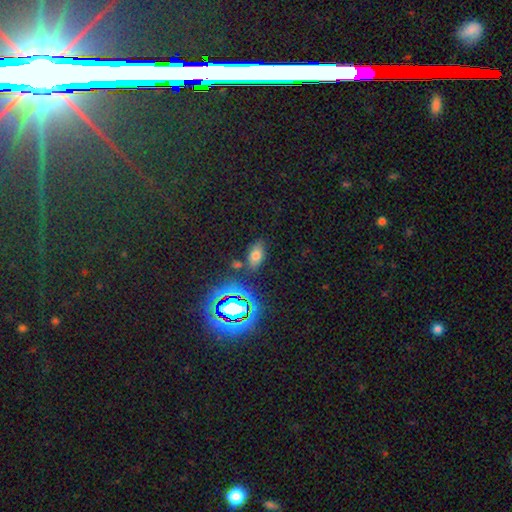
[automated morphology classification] Smooth or featured? Predicted: smooth (p=0.64). How rounded? Predicted: in between (p=0.89). Merging? Predicted: none (p=0.79).